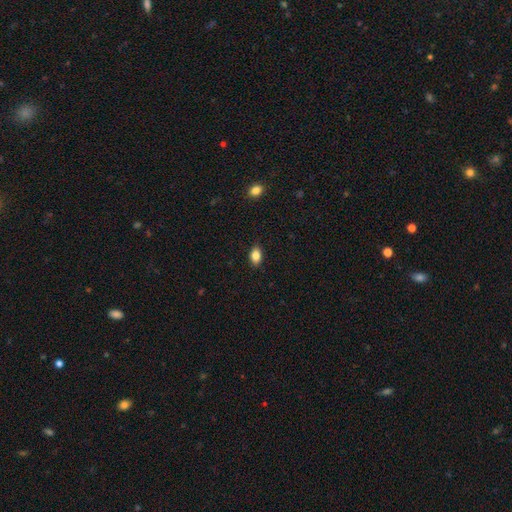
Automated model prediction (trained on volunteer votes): smooth-or-featured: smooth: 84% | star or artifact: 9% | featured or disk: 7%
  how-rounded: in between: 85% | round: 13% | cigar-shaped: 2%
  merging: none: 86% | minor disturbance: 11% | major disturbance: 2% | merger: 1%